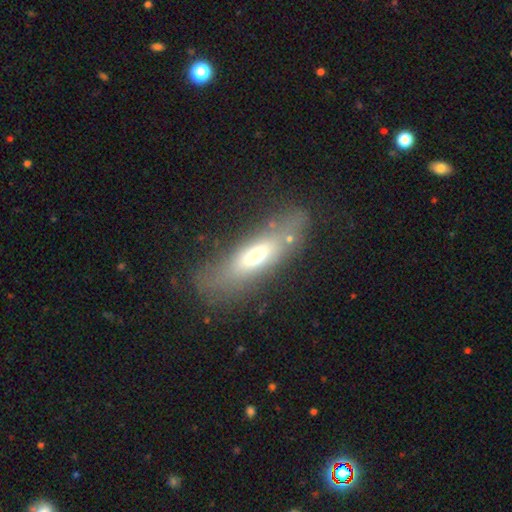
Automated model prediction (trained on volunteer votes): A smooth galaxy with no disk features (54%) that is in between round and cigar-shaped (49%).

Vote fractions:
- Smooth or featured? smooth: 54% / featured or disk: 36% / star or artifact: 10%
- How rounded? in between: 49% / cigar-shaped: 48% / round: 3%
- Merging? none: 66% / minor disturbance: 18% / major disturbance: 12% / merger: 5%